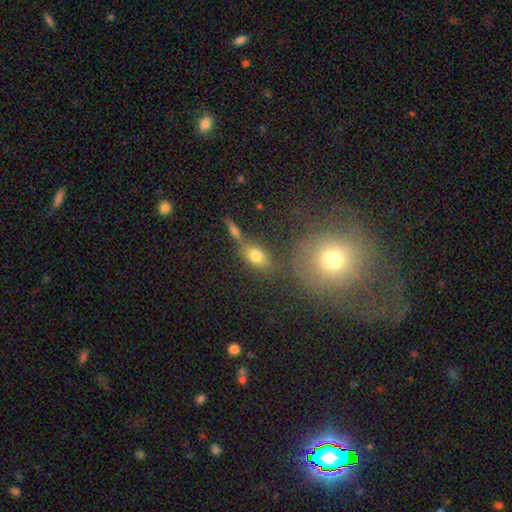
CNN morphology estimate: A smooth galaxy with no disk features (73%) that is in between round and cigar-shaped (74%).

Vote fractions:
- Smooth or featured? smooth: 73% / featured or disk: 14% / star or artifact: 14%
- How rounded? in between: 74% / round: 18% / cigar-shaped: 8%
- Merging? none: 54% / merger: 25% / minor disturbance: 14% / major disturbance: 8%